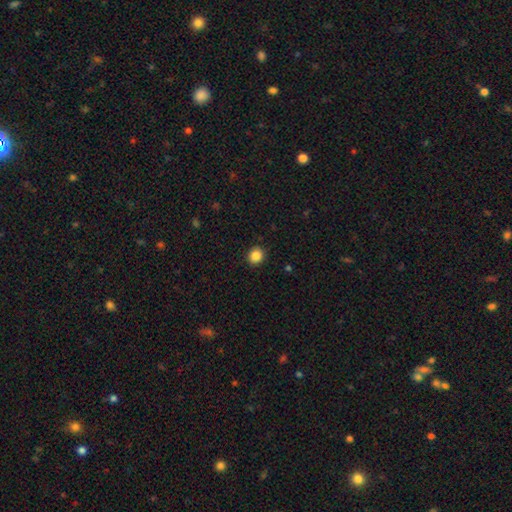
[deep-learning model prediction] This appears to be a smooth galaxy with no disk features (86%) that is round (85%). Merging: none (92%).